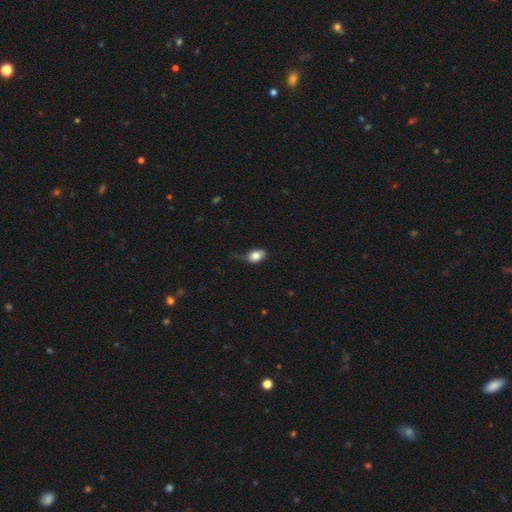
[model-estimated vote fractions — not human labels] A smooth galaxy with no disk features (74%) that is in between round and cigar-shaped (72%). Merging: minor disturbance (39%).